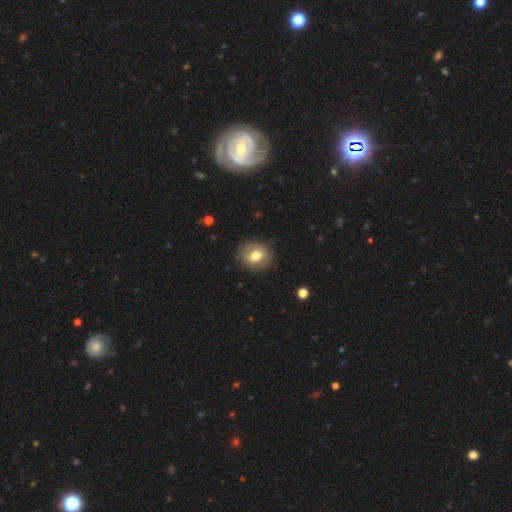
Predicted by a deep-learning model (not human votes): The model was most divided on "smooth or featured": smooth: 65%, featured or disk: 27%, star or artifact: 8%. More confident: merging — none (85%); how rounded — round (71%).